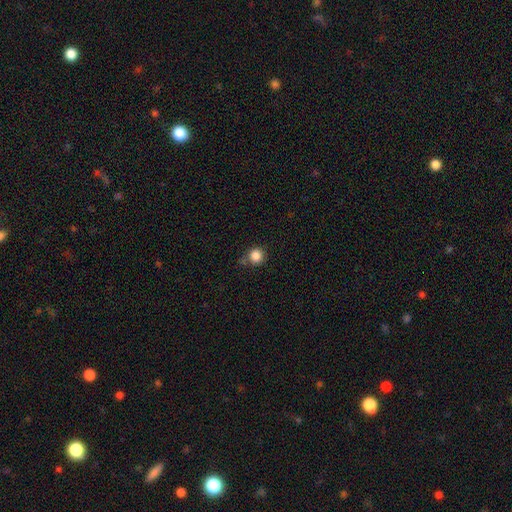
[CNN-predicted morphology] A smooth galaxy with no disk features (85%) that is round (93%).

Vote fractions:
- Smooth or featured? smooth: 85% / star or artifact: 11% / featured or disk: 4%
- How rounded? round: 93% / in between: 6% / cigar-shaped: 1%
- Merging? none: 74% / minor disturbance: 15% / merger: 7% / major disturbance: 4%